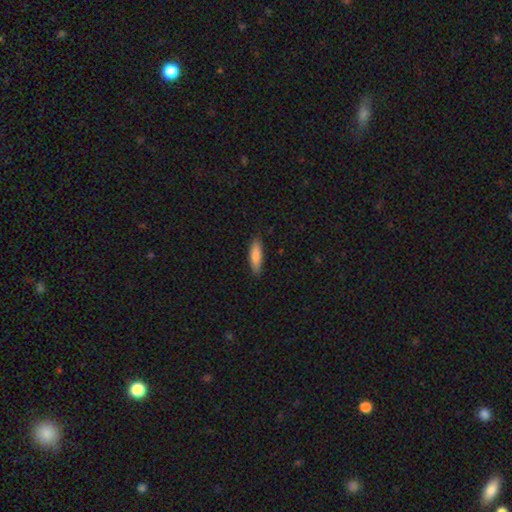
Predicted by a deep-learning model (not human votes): smooth 85%, featured or disk 9%, star or artifact 6%. Down the decision tree: how rounded — cigar-shaped (59%); merging — none (83%).